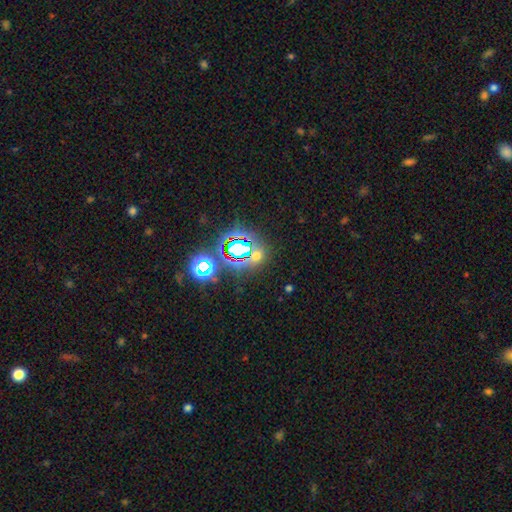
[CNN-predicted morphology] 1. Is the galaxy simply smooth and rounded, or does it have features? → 63% star or artifact, 28% smooth, 10% featured or disk.